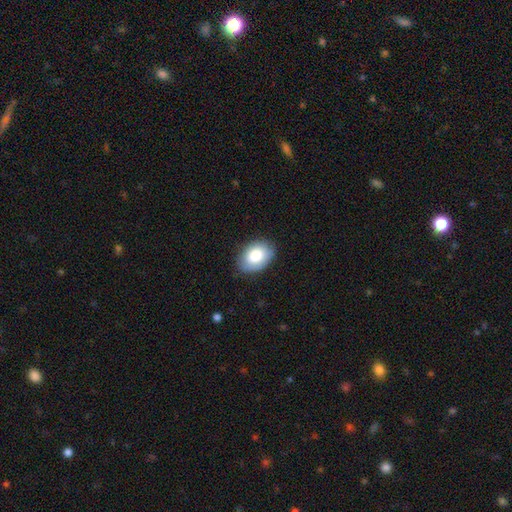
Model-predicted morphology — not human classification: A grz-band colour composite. It shows a smooth galaxy with no disk features (82%) that is in between round and cigar-shaped (86%). Merging: none (82%).